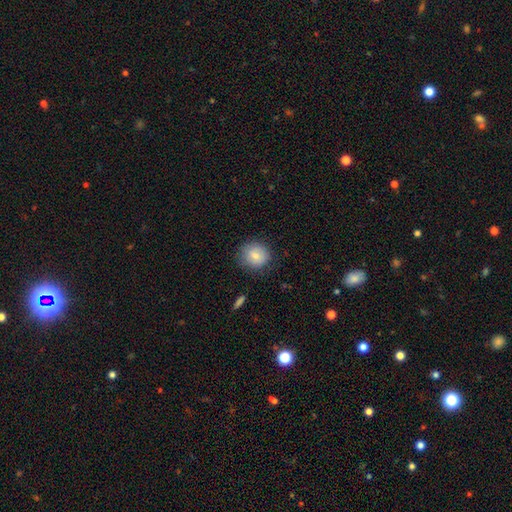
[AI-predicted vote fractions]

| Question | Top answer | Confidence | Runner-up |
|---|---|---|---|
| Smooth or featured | smooth | 80% | featured or disk (11%) |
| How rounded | round | 87% | in between (12%) |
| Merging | none | 83% | minor disturbance (13%) |